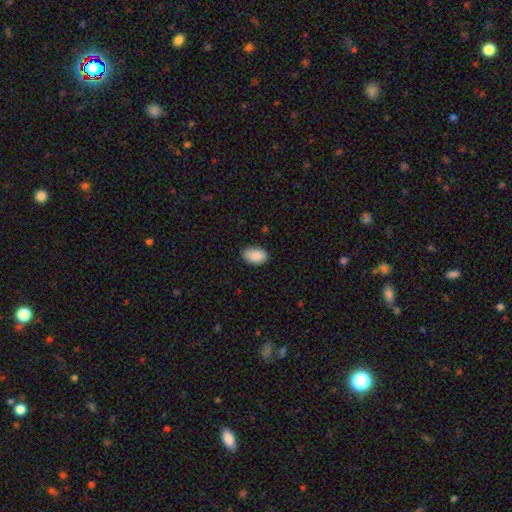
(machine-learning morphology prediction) smooth-or-featured: smooth: 90% | star or artifact: 7% | featured or disk: 4%
  how-rounded: in between: 92% | round: 6% | cigar-shaped: 1%
  merging: none: 83% | minor disturbance: 14% | major disturbance: 2% | merger: 1%